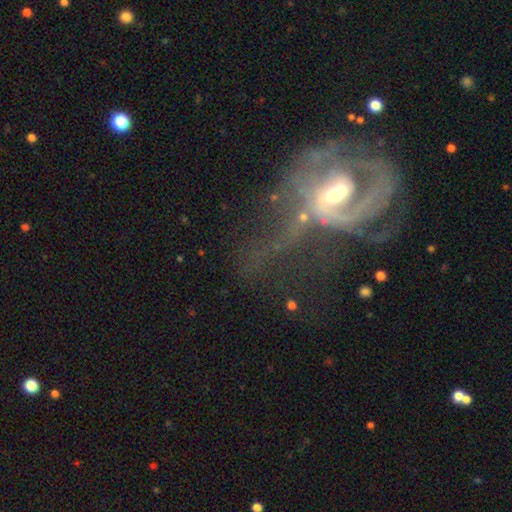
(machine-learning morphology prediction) The model was most divided on "bar" (2-way tie): weak: 39%, no: 39%, strong: 21%. Remaining: edge-on disk — no (95%); smooth or featured — featured or disk (77%); spiral arms — yes (72%); bulge size — moderate (57%); merging — major disturbance (49%); spiral winding — medium (38%); spiral arm count — 2 (36%).